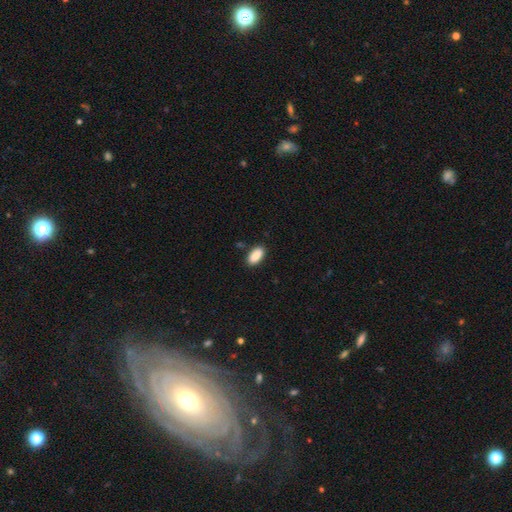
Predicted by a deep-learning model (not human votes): Overall: smooth (88%). How rounded: in between (90%). Merging: none (86%).